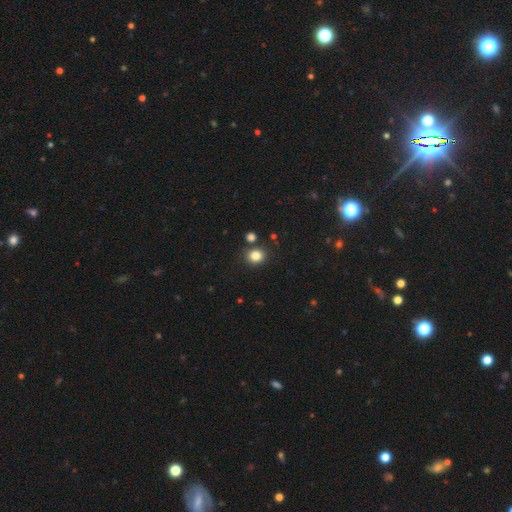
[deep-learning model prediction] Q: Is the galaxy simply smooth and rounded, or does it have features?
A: smooth — 83%.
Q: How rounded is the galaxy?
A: round — 74%.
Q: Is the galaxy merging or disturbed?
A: none — 79%.